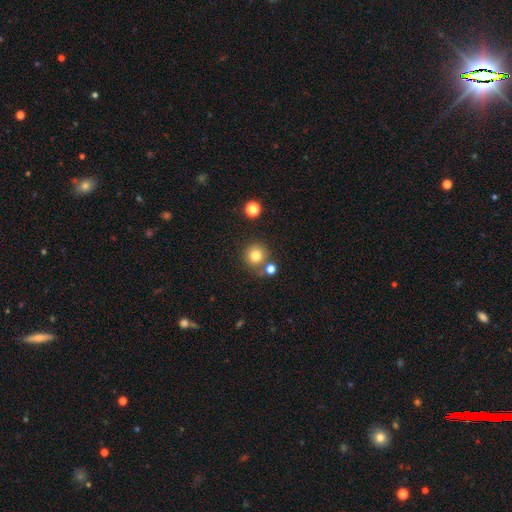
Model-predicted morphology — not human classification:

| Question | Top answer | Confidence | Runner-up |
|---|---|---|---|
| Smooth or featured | smooth | 81% | star or artifact (12%) |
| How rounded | round | 93% | in between (6%) |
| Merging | none | 76% | merger (11%) |